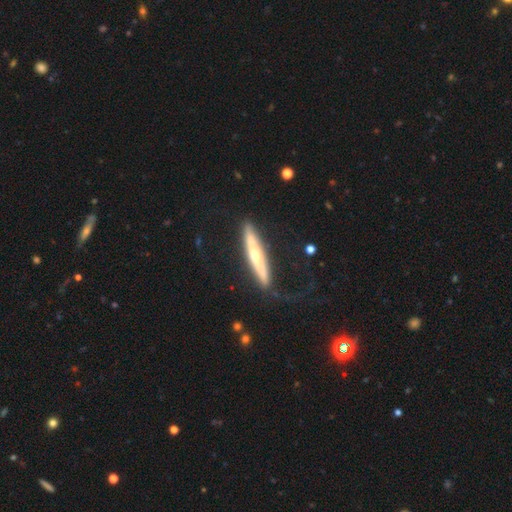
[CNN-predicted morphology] smooth_or_featured: featured or disk (p=0.59) [alt: smooth p=0.35]
disk_edge_on: yes (p=0.85) [alt: no p=0.15]
edge_on_bulge: rounded (p=0.76) [alt: none p=0.20]
merging: none (p=0.71) [alt: minor disturbance p=0.19]